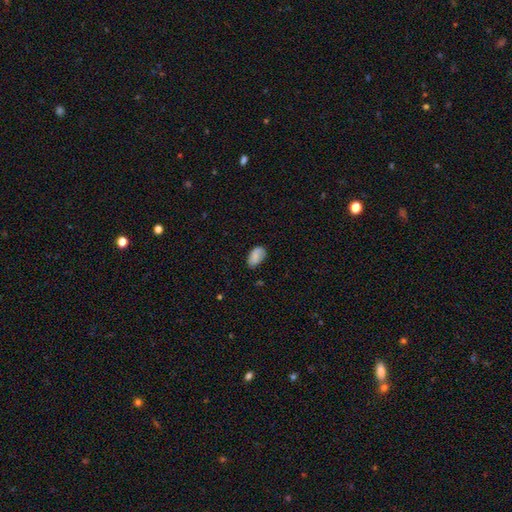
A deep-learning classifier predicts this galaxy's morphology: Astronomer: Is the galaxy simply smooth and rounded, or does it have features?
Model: smooth — 84%.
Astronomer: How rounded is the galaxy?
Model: in between — 93%.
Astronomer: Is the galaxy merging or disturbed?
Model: none — 73%.